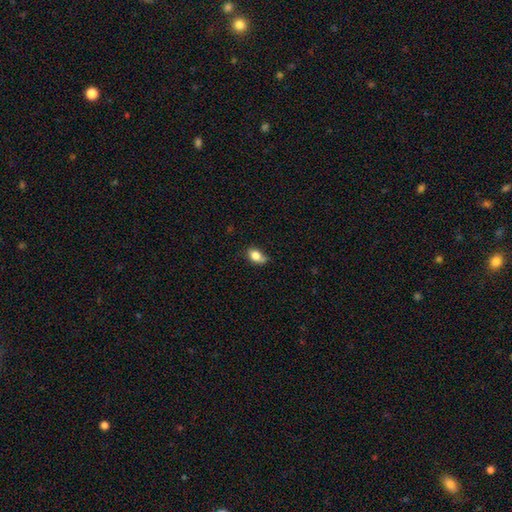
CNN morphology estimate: smooth-or-featured: smooth: 81% | featured or disk: 10% | star or artifact: 9%
  how-rounded: in between: 74% | round: 23% | cigar-shaped: 2%
  merging: none: 46% | minor disturbance: 37% | major disturbance: 10% | merger: 6%